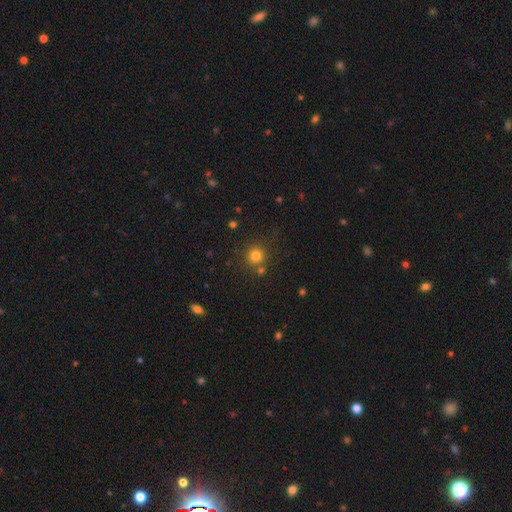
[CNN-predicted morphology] type=smooth (78%); roundness=round (93%); merging=none (79%).